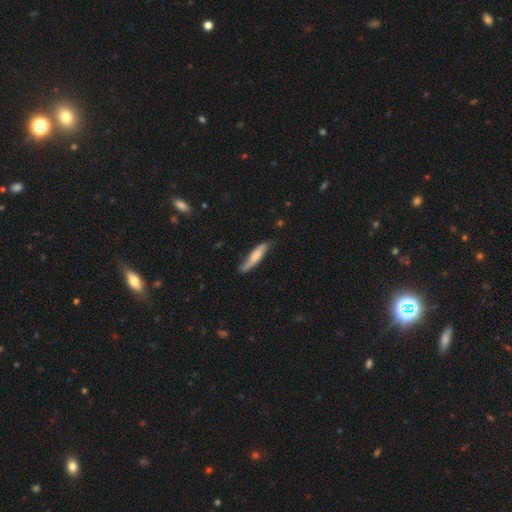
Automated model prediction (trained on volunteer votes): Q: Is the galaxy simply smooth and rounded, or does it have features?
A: smooth — 64%.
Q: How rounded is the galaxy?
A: cigar-shaped — 83%.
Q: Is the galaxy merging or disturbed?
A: none — 70%.